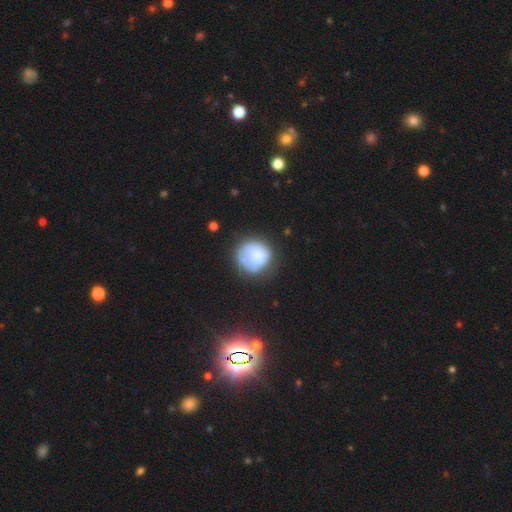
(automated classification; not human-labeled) This appears to be a smooth galaxy with no disk features (63%) that is round (87%). Merging: none (54%).